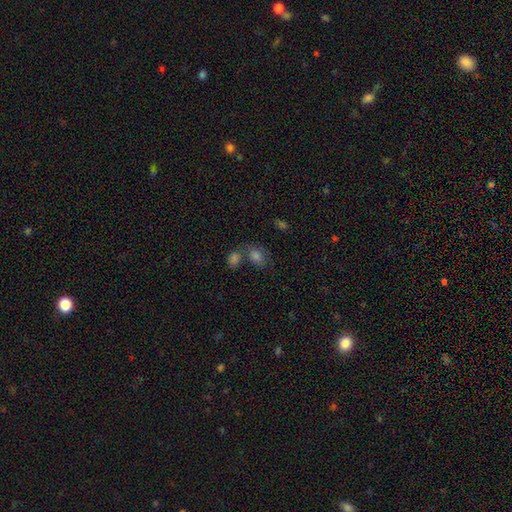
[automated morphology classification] type=smooth (70%); roundness=in between (67%); merging=none (50%).